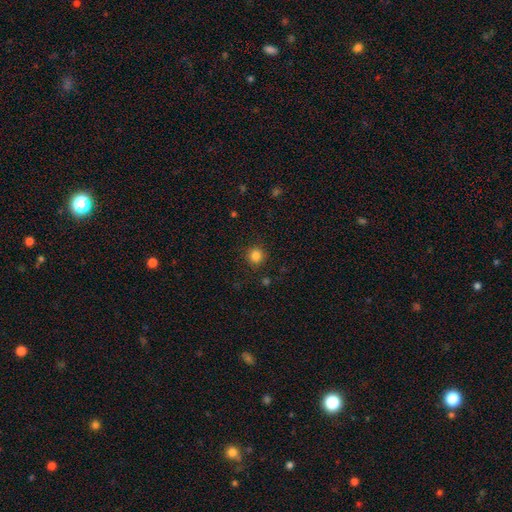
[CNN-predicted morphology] type=smooth (84%); roundness=round (94%); merging=none (90%).